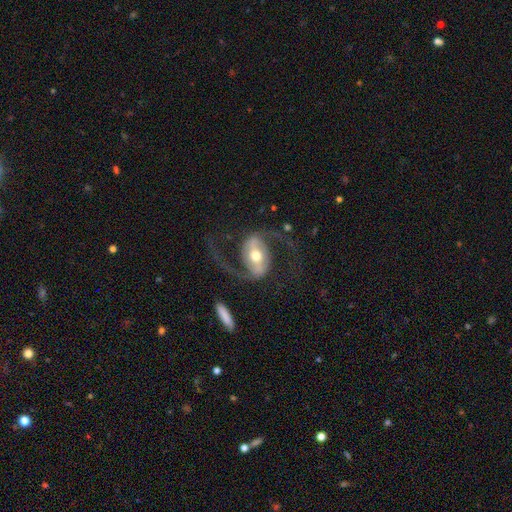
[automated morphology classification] Q: Smooth or featured?
A: featured or disk (89%); runner-up: smooth (7%)
Q: Edge-on disk?
A: no (97%); runner-up: yes (3%)
Q: Bar?
A: strong (52%); runner-up: weak (33%)
Q: Spiral arms?
A: yes (96%); runner-up: no (4%)
Q: Spiral winding?
A: loose (57%); runner-up: medium (37%)
Q: Spiral arm count?
A: 2 (94%); runner-up: 1 (2%)
Q: Bulge size?
A: moderate (71%); runner-up: small (17%)
Q: Merging?
A: none (76%); runner-up: major disturbance (11%)